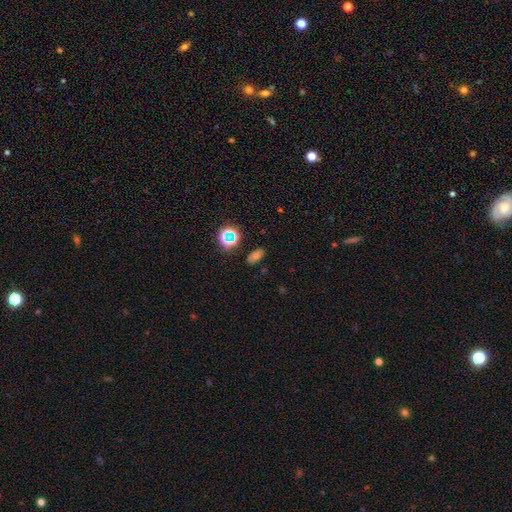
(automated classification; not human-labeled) Q: Smooth or featured?
A: smooth (53%); runner-up: star or artifact (36%)
Q: How rounded?
A: in between (79%); runner-up: round (17%)
Q: Merging?
A: none (84%); runner-up: minor disturbance (9%)